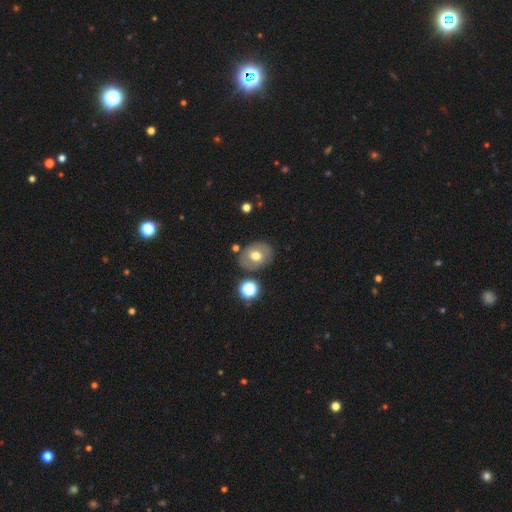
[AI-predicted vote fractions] Smooth or featured: smooth — 59% (featured or disk — 31%)
How rounded: in between — 52% (round — 47%)
Merging: none — 78% (minor disturbance — 12%)